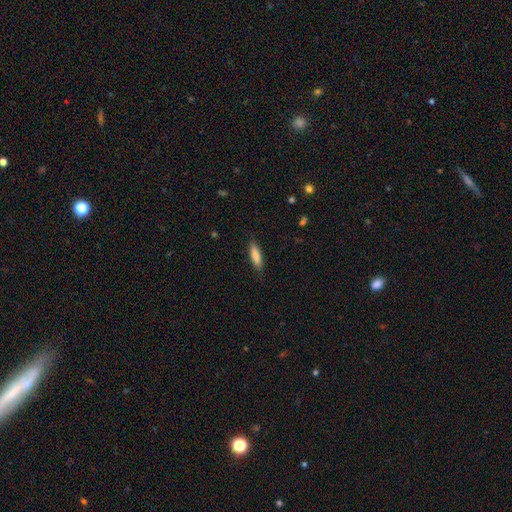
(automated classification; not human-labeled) This appears to be a smooth galaxy with no disk features (83%) that is cigar-shaped (62%). Merging: none (83%).